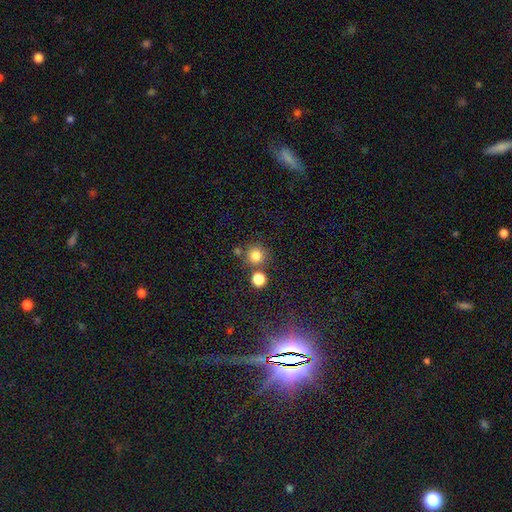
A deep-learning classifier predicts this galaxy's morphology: This appears to be a smooth galaxy with no disk features (80%) that is round (93%). Merging: none (73%).